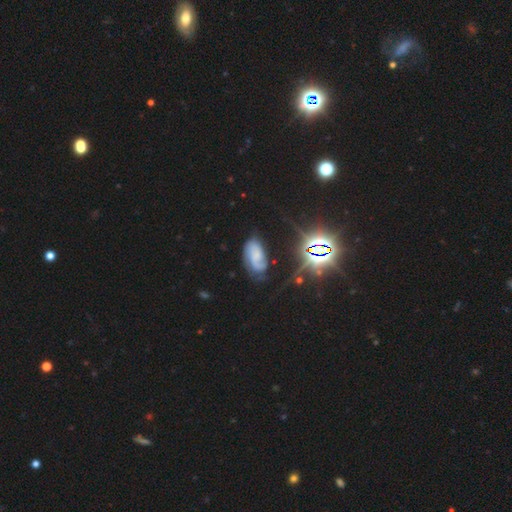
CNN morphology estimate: This appears to be a featured or disk galaxy (55%) with no bar (63%), spiral arms (88%) and no central bulge (44%). Merging: none (57%).